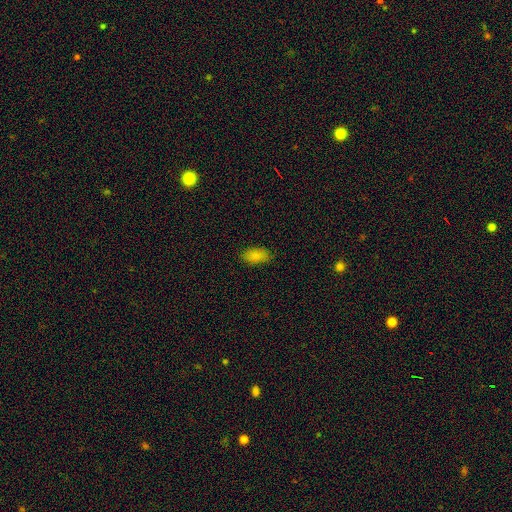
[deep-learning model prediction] smooth 85%, star or artifact 9%, featured or disk 6%. Down the decision tree: how rounded — in between (92%); merging — none (84%).